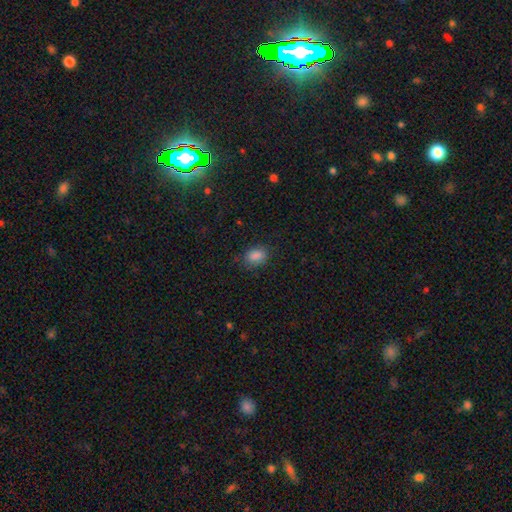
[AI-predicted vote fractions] Smooth or featured?
  - smooth: 86% *
  - star or artifact: 9%
  - featured or disk: 4%
How rounded?
  - in between: 78% *
  - round: 20%
  - cigar-shaped: 1%
Merging?
  - none: 80% *
  - minor disturbance: 15%
  - major disturbance: 4%
  - merger: 1%